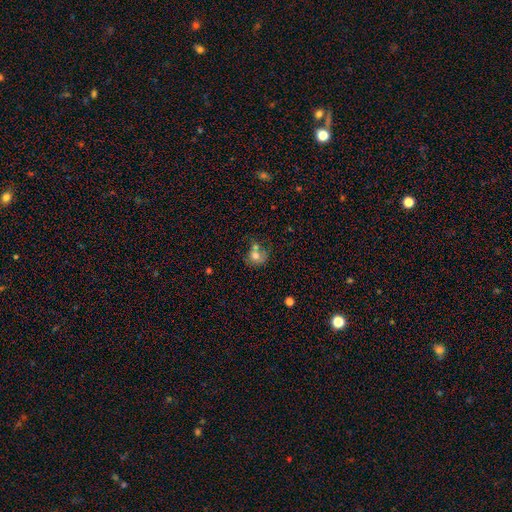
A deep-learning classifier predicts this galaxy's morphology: Smooth or featured? smooth (70%)
How rounded? round (68%)
Merging? none (37%)